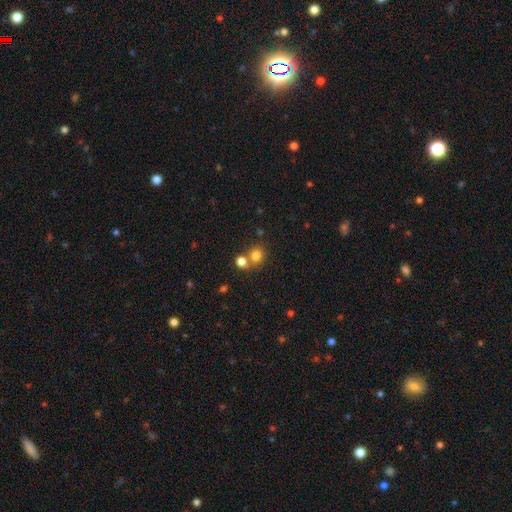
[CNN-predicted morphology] Smooth or featured: smooth — 79% (star or artifact — 14%)
How rounded: round — 77% (in between — 22%)
Merging: none — 57% (merger — 32%)